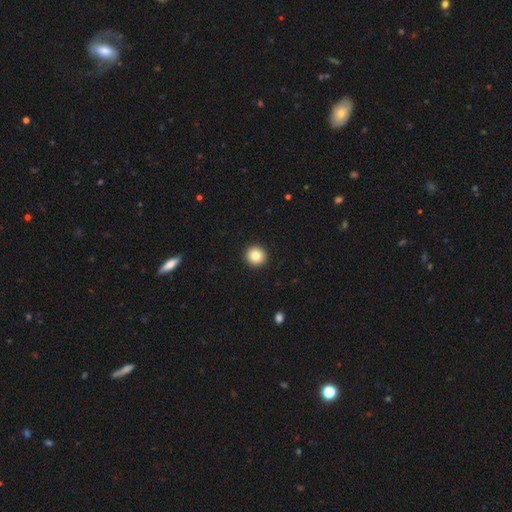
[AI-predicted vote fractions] A smooth galaxy with no disk features (83%) that is round (94%). Merging: none (94%).